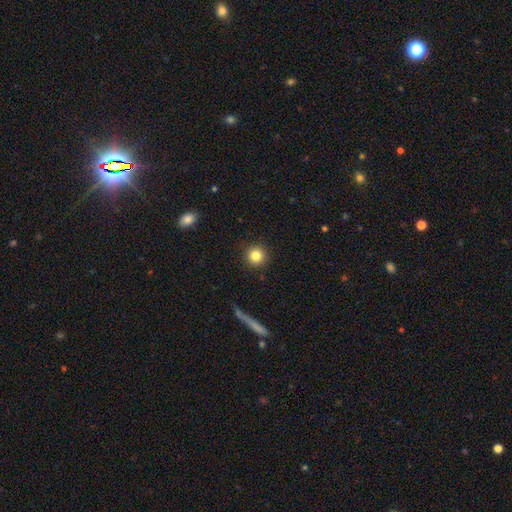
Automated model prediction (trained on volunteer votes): The model was most divided on "smooth or featured": smooth: 84%, star or artifact: 10%, featured or disk: 6%. More confident: how rounded — round (95%); merging — none (91%).